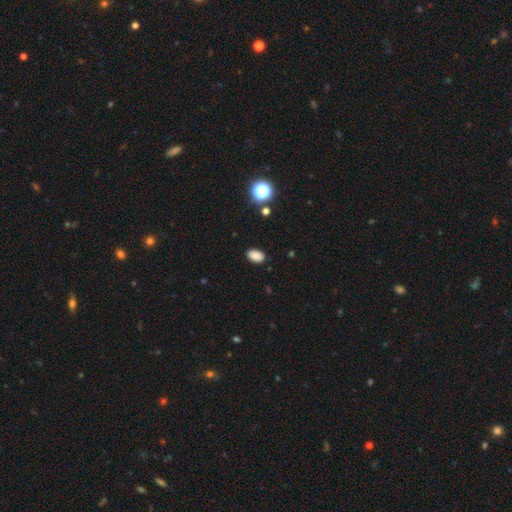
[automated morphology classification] smooth_or_featured: smooth (p=0.85) [alt: star or artifact p=0.11]
how_rounded: in between (p=0.89) [alt: round p=0.10]
merging: none (p=0.88) [alt: minor disturbance p=0.09]